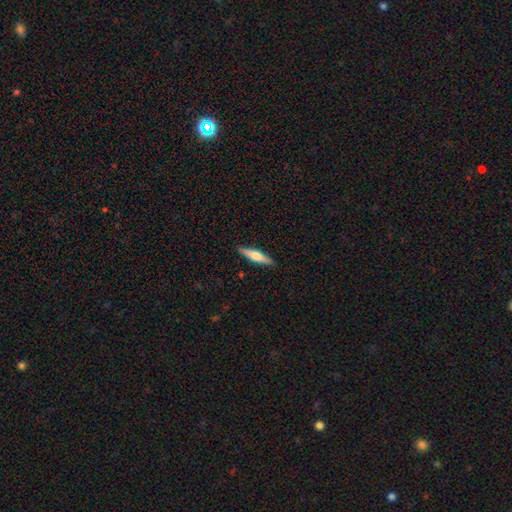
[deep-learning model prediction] smooth-or-featured: smooth: 48% | featured or disk: 47% | star or artifact: 6%
  merging: none: 90% | minor disturbance: 7% | major disturbance: 2% | merger: 1%